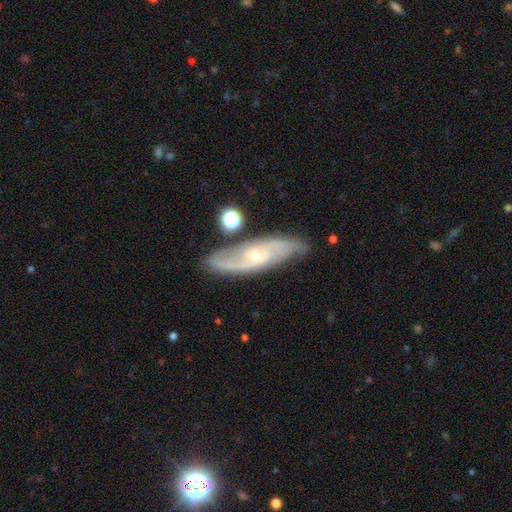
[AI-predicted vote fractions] This is clearly a featured or disk galaxy (82%). It is clearly not viewed edge-on (85%). Bar: possibly no (51%). Spiral arm pattern: clearly yes (95%). Spiral arm count: likely 2 (79%). Spiral winding: possibly medium (49%). Central bulge: likely small (72%). Merging: likely none (78%).